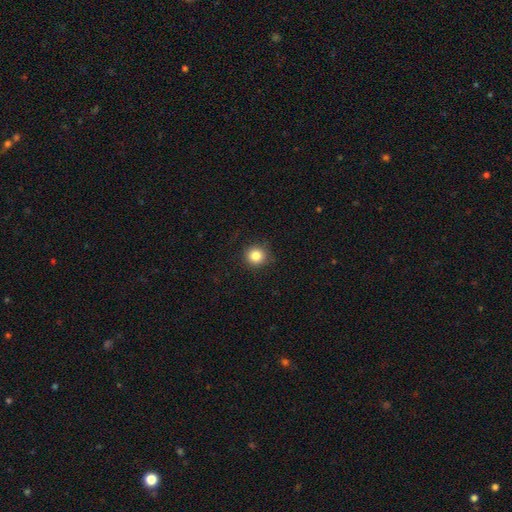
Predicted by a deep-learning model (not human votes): Smooth or featured?
  - smooth: 84% *
  - star or artifact: 11%
  - featured or disk: 5%
How rounded?
  - round: 92% *
  - in between: 7%
  - cigar-shaped: 1%
Merging?
  - none: 89% *
  - minor disturbance: 8%
  - major disturbance: 2%
  - merger: 1%